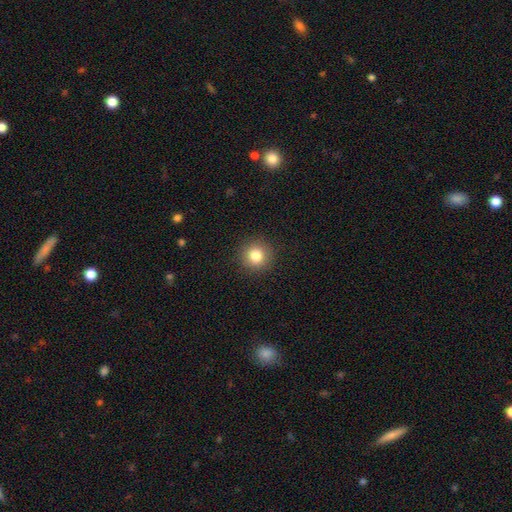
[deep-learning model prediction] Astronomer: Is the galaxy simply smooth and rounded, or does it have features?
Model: smooth — 82%.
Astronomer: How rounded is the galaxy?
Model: round — 94%.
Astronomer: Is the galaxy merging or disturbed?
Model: none — 91%.